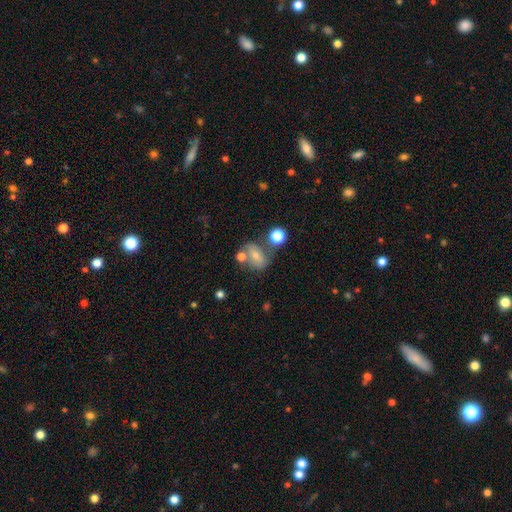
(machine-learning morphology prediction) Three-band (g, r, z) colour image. It shows a smooth galaxy with no disk features (53%) that is in between round and cigar-shaped (56%). Merging: none (46%).